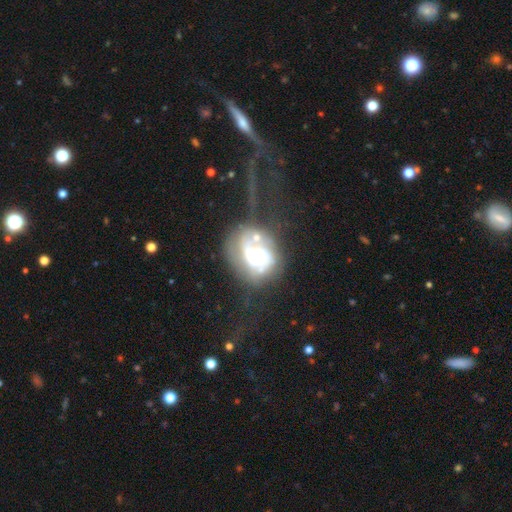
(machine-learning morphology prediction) Smooth or featured? featured or disk (70%)
Edge-on disk? no (97%)
Bar? no (55%)
Spiral arms? yes (73%)
Spiral winding? medium (39%)
Spiral arm count? 2 (59%)
Bulge size? moderate (42%)
Merging? major disturbance (32%)